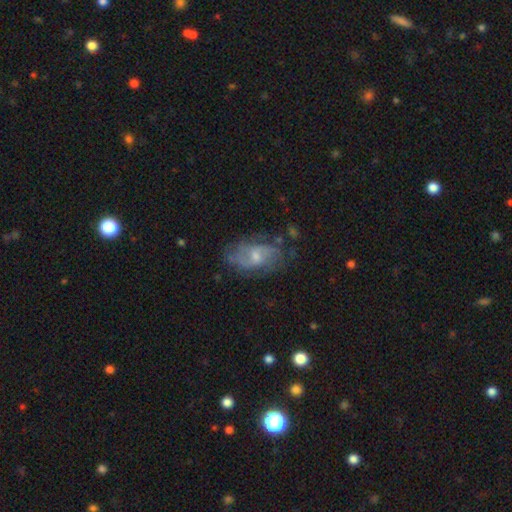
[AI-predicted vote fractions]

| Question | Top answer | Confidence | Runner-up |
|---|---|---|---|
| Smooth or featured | featured or disk | 72% | smooth (19%) |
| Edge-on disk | no | 96% | yes (4%) |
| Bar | no | 51% | weak (43%) |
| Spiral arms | yes | 87% | no (13%) |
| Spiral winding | medium | 45% | loose (29%) |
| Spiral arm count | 2 | 58% | can't tell (25%) |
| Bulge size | small | 51% | moderate (41%) |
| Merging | none | 67% | minor disturbance (21%) |